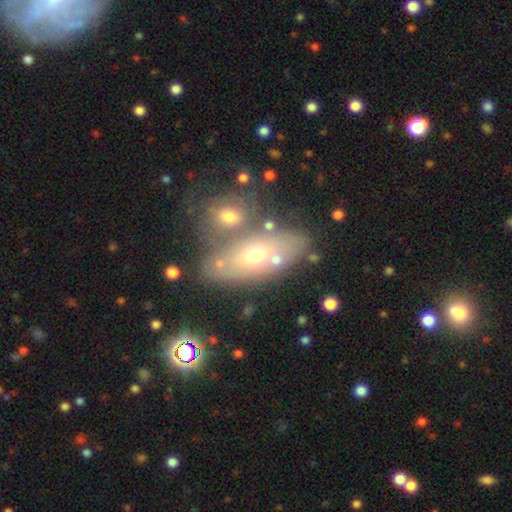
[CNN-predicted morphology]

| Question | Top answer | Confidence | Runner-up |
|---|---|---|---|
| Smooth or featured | smooth | 47% | featured or disk (39%) |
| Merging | none | 53% | merger (29%) |